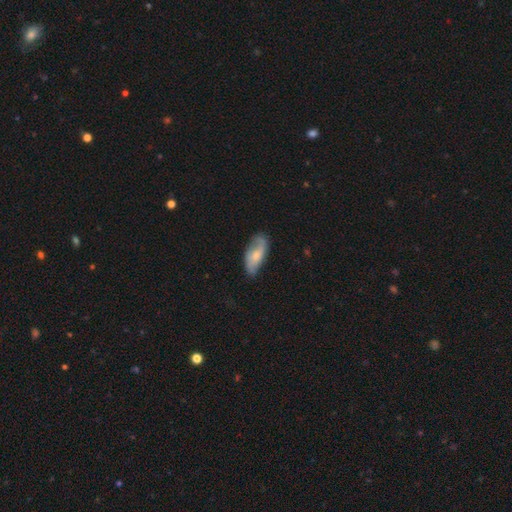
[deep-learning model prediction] Smooth or featured? Predicted: smooth (p=0.51). How rounded? Predicted: in between (p=0.87). Merging? Predicted: none (p=0.65).